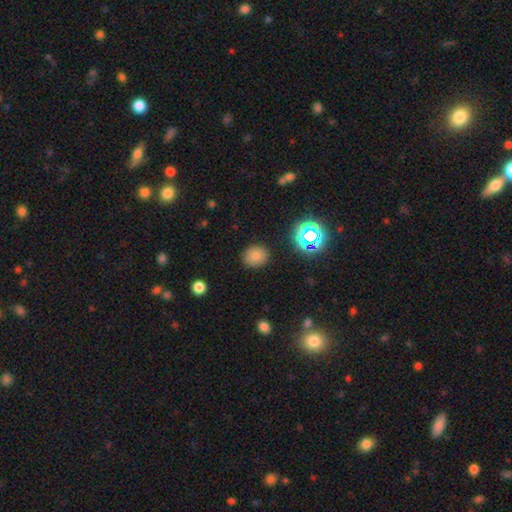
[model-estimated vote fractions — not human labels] smooth_or_featured: smooth (p=0.76) [alt: star or artifact p=0.17]
how_rounded: round (p=0.64) [alt: in between p=0.35]
merging: none (p=0.86) [alt: minor disturbance p=0.09]